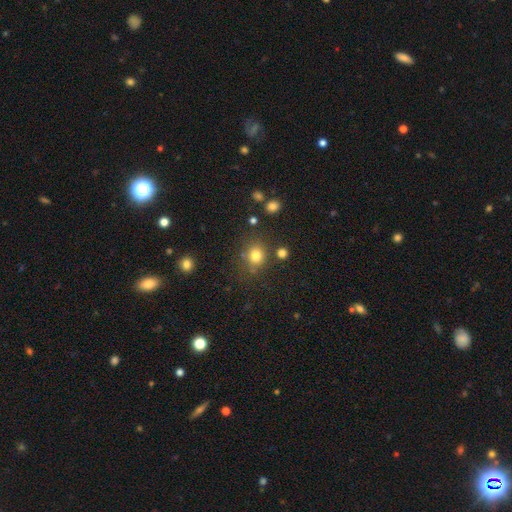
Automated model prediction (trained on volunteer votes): Smooth or featured? Predicted: smooth (p=0.79). How rounded? Predicted: round (p=0.82). Merging? Predicted: none (p=0.77).